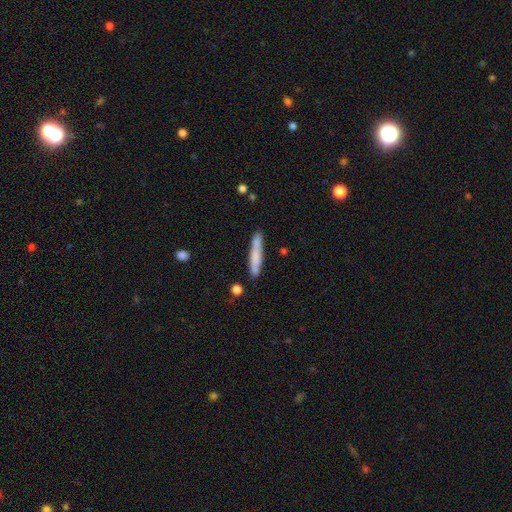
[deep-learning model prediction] smooth_or_featured: smooth (p=0.72) [alt: featured or disk p=0.22]
how_rounded: cigar-shaped (p=0.93) [alt: in between p=0.05]
merging: none (p=0.81) [alt: minor disturbance p=0.13]